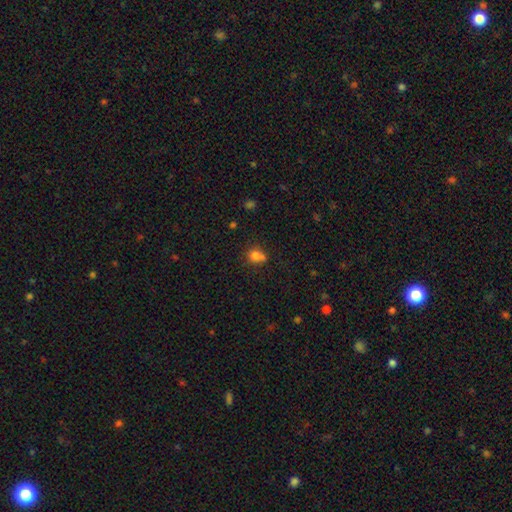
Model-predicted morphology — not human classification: Smooth or featured? Predicted: smooth (p=0.77). How rounded? Predicted: round (p=0.78). Merging? Predicted: none (p=0.44).